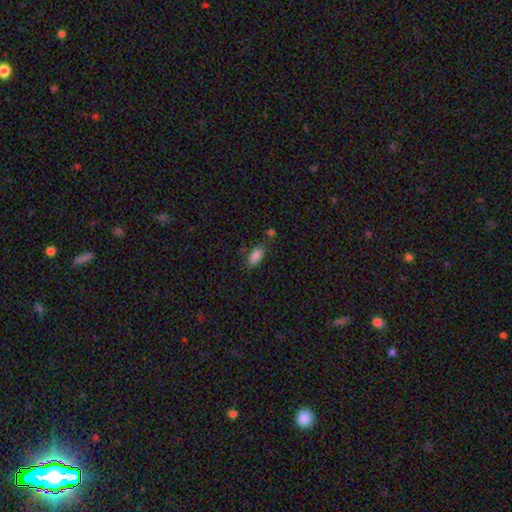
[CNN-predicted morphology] Smooth or featured: smooth — 85% (star or artifact — 9%)
How rounded: in between — 89% (cigar-shaped — 8%)
Merging: none — 68% (minor disturbance — 19%)